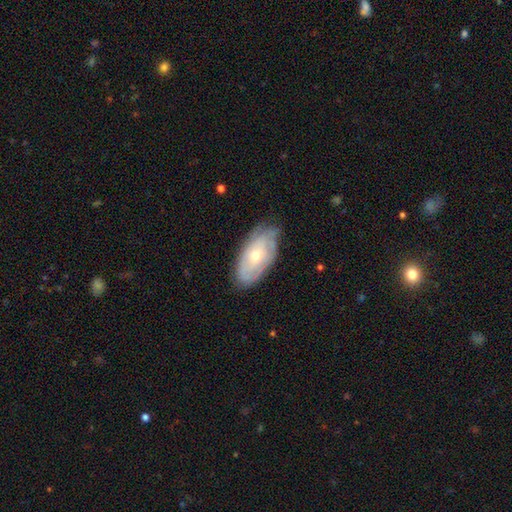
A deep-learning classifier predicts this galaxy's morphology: A featured or disk galaxy (66%) with no bar (81%), spiral arms (76%) and a small central bulge (56%).

Vote fractions:
- Smooth or featured? featured or disk: 66% / smooth: 27% / star or artifact: 6%
- Edge-on disk? no: 90% / yes: 10%
- Bar? no: 81% / weak: 15% / strong: 3%
- Spiral arms? yes: 76% / no: 24%
- Bulge size? small: 56% / moderate: 41% / large: 2% / none: 1% / dominant: 1%
- Merging? none: 71% / minor disturbance: 22% / major disturbance: 6% / merger: 1%